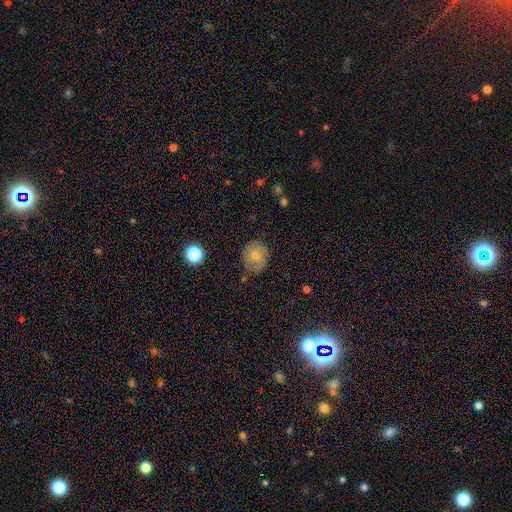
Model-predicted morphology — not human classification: Smooth or featured? smooth (71%)
How rounded? round (82%)
Merging? none (74%)